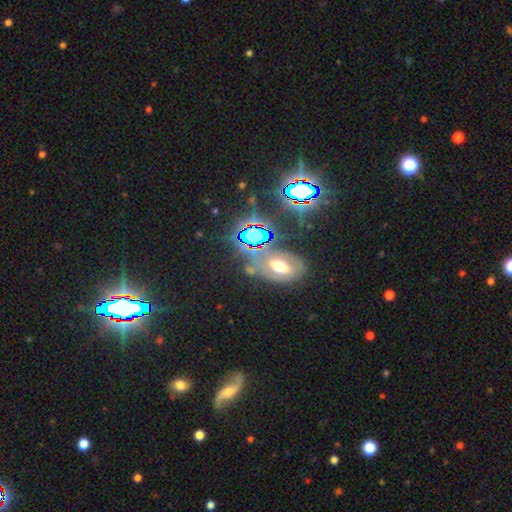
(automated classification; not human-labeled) Overall: star or artifact (61%; smooth 25%).